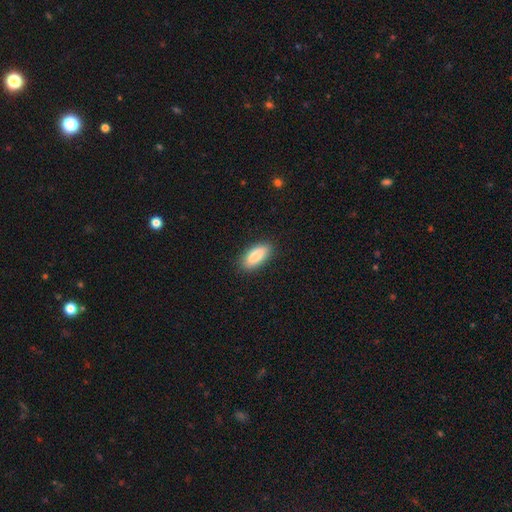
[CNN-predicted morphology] This is clearly a smooth galaxy (88%). How rounded: clearly in between (82%). Merging: clearly none (88%).